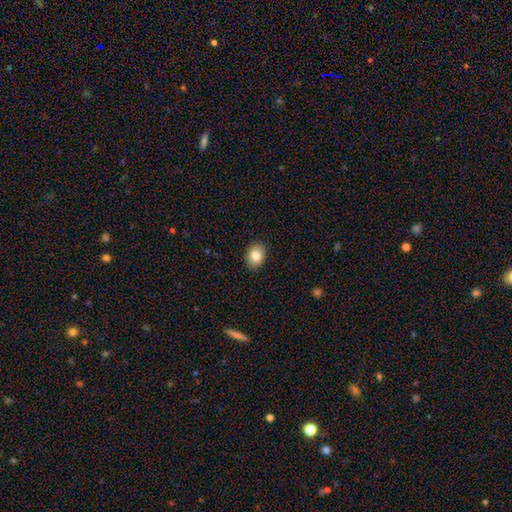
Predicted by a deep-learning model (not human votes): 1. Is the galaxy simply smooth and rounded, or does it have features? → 83% smooth, 9% featured or disk, 8% star or artifact.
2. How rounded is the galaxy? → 73% in between, 26% round, 1% cigar-shaped.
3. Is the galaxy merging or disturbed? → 89% none, 8% minor disturbance, 2% major disturbance, 1% merger.